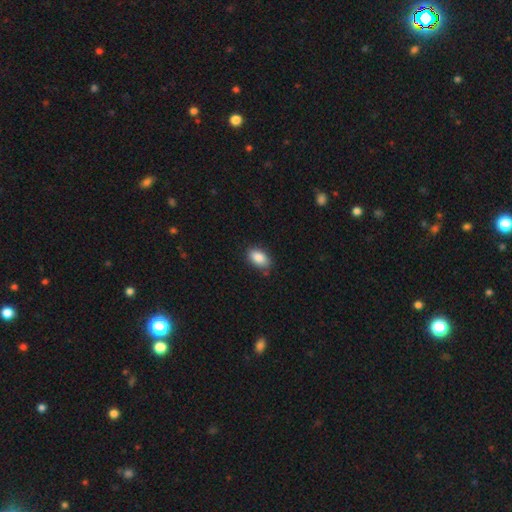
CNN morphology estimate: Smooth or featured? Predicted: smooth (p=0.88). How rounded? Predicted: in between (p=0.92). Merging? Predicted: none (p=0.80).